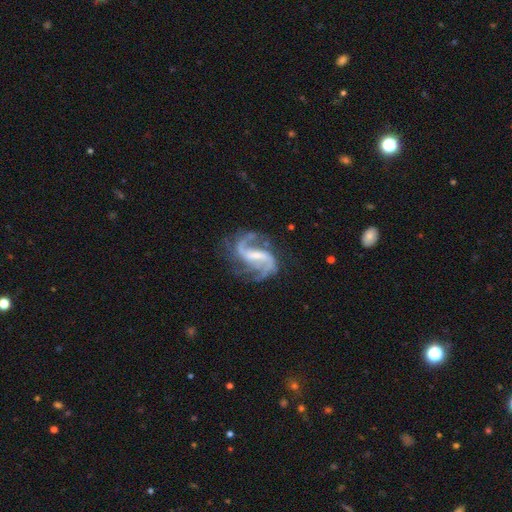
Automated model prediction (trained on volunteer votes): featured or disk 92%, star or artifact 5%, smooth 3%. Down the decision tree: edge-on disk — no (98%); bar — weak (44%); spiral arms — yes (98%); spiral arm count — 2 (79%); spiral winding — medium (48%); bulge size — small (46%); merging — none (67%).